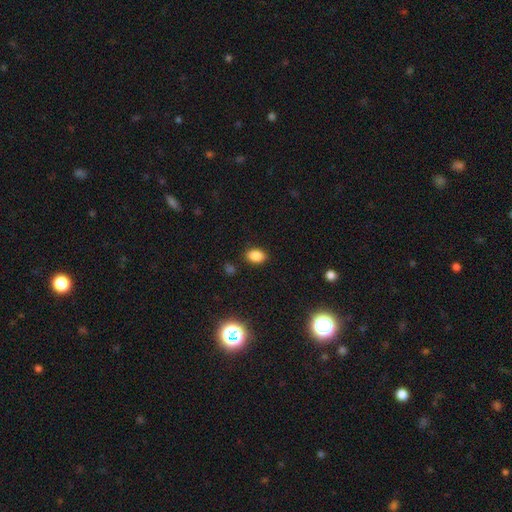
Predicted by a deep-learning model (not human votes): Smooth or featured: smooth — 84% (star or artifact — 11%)
How rounded: in between — 78% (round — 21%)
Merging: none — 86% (minor disturbance — 10%)